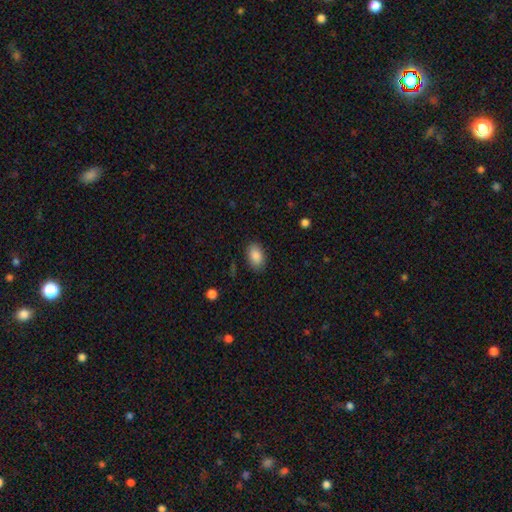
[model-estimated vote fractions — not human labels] Morphology: type=smooth (88%); roundness=in between (90%); merging=none (85%).